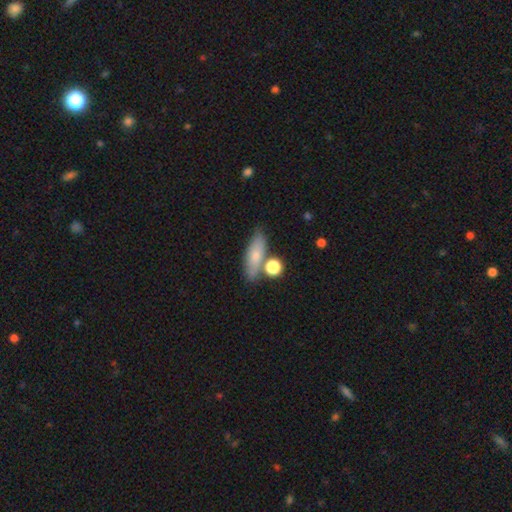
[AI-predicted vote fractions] Smooth or featured?
  - smooth: 71% *
  - featured or disk: 21%
  - star or artifact: 8%
How rounded?
  - in between: 53% *
  - cigar-shaped: 40%
  - round: 7%
Merging?
  - none: 68% *
  - merger: 15%
  - minor disturbance: 14%
  - major disturbance: 4%